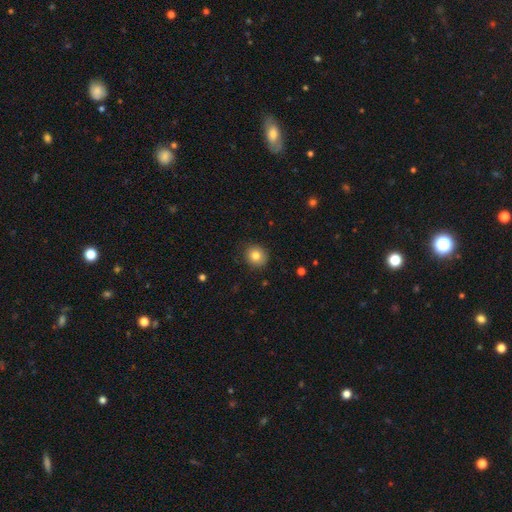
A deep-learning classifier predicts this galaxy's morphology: smooth_or_featured: smooth (p=0.80) [alt: star or artifact p=0.10]
how_rounded: round (p=0.81) [alt: in between p=0.18]
merging: none (p=0.86) [alt: minor disturbance p=0.11]